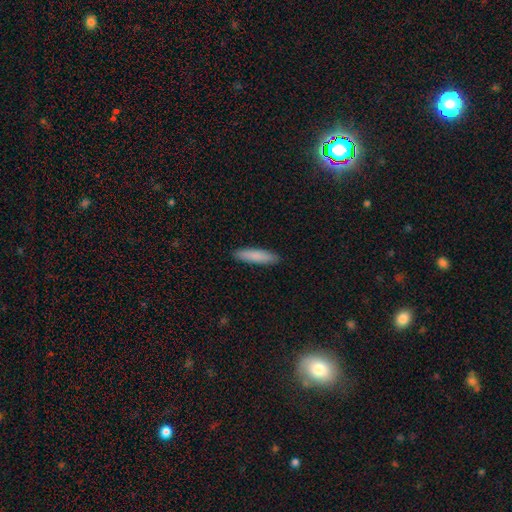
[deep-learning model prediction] This is clearly a smooth galaxy (86%). How rounded: clearly cigar-shaped (80%). Merging: clearly none (91%).